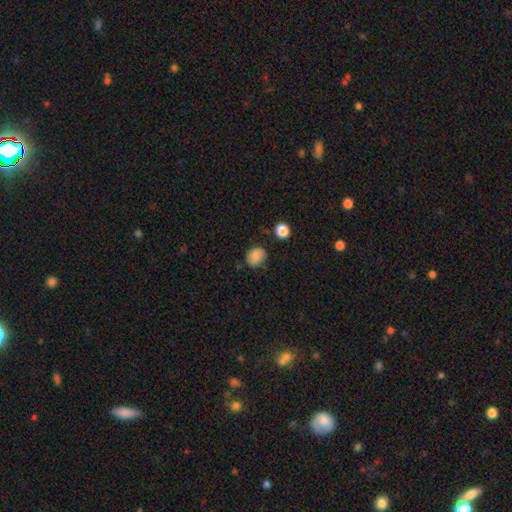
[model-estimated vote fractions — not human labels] Overall: smooth (81%). How rounded: round (57%; in between 42%). Merging: none (69%).